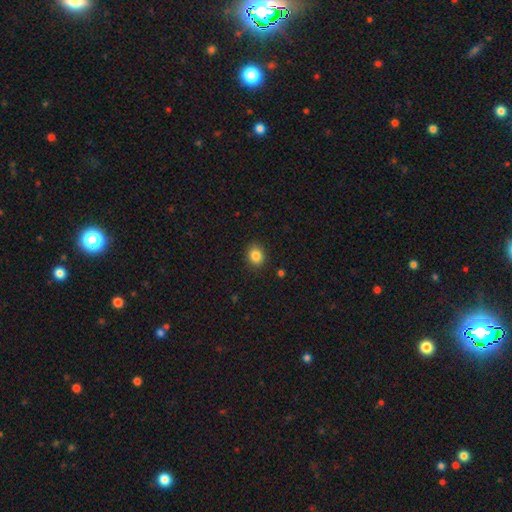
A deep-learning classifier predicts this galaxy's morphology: Overall: smooth (85%). How rounded: round (61%; in between 39%). Merging: none (89%).